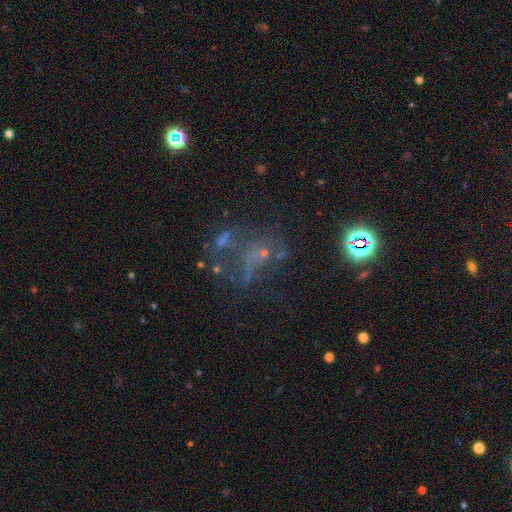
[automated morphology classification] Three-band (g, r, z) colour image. It shows a star or artifact, not a galaxy (43%).